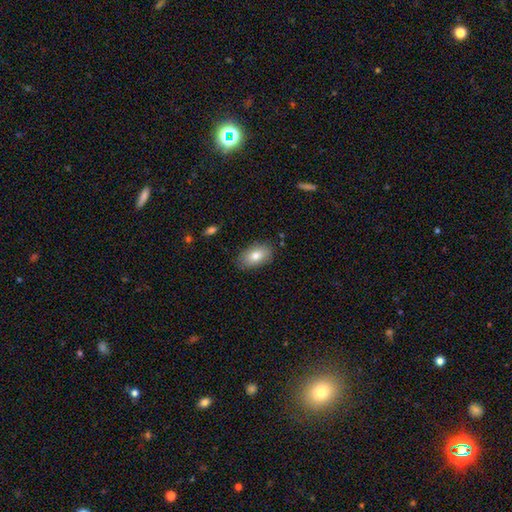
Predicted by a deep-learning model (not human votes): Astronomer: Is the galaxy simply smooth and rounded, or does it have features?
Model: smooth — 80%.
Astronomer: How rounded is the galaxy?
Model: in between — 92%.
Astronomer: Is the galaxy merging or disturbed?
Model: none — 82%.